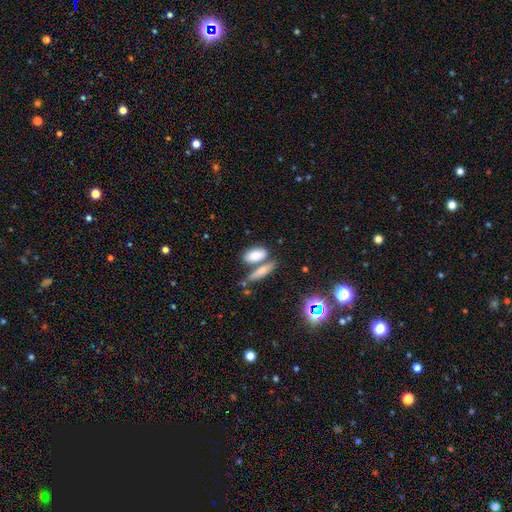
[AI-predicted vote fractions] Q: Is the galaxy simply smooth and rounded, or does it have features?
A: smooth — 81%.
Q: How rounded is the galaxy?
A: in between — 82%.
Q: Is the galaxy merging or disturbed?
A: none — 45%.